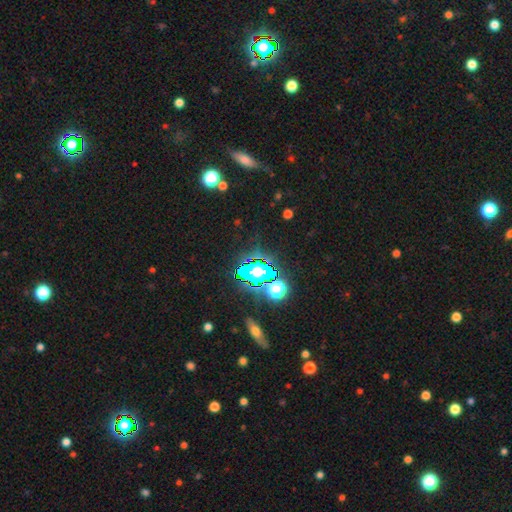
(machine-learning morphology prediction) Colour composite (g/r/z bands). It shows a star or artifact, not a galaxy (77%).